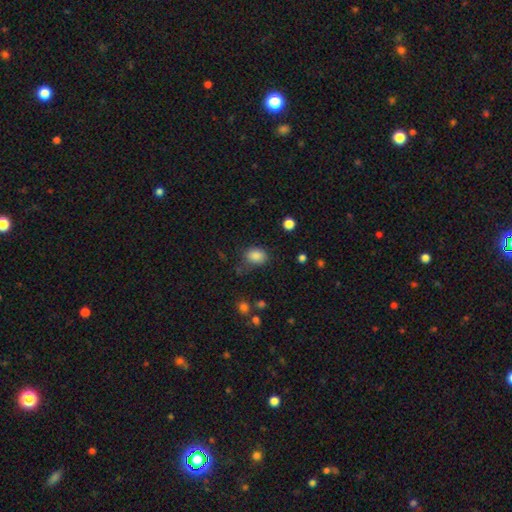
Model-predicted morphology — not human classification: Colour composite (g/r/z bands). It shows a smooth galaxy with no disk features (85%) that is in between round and cigar-shaped (66%). Merging: none (69%).